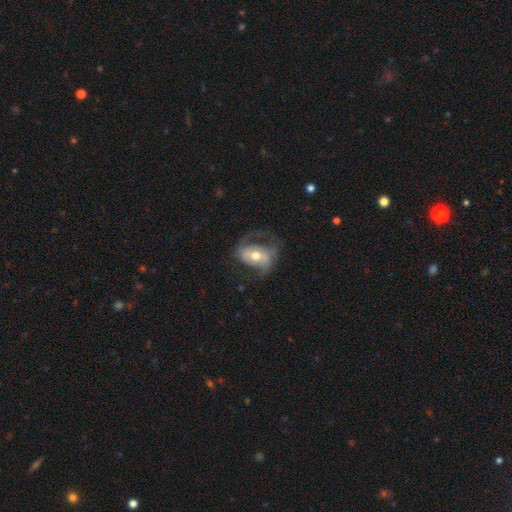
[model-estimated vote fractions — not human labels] smooth-or-featured: featured or disk: 65% | smooth: 28% | star or artifact: 6%
  disk-edge-on: no: 95% | yes: 5%
    bar: no: 39% | weak: 35% | strong: 27%
    has-spiral-arms: yes: 78% | no: 22%
    bulge-size: moderate: 73% | small: 15% | large: 10% | dominant: 1% | none: 1%
  merging: none: 50% | major disturbance: 26% | minor disturbance: 22% | merger: 2%